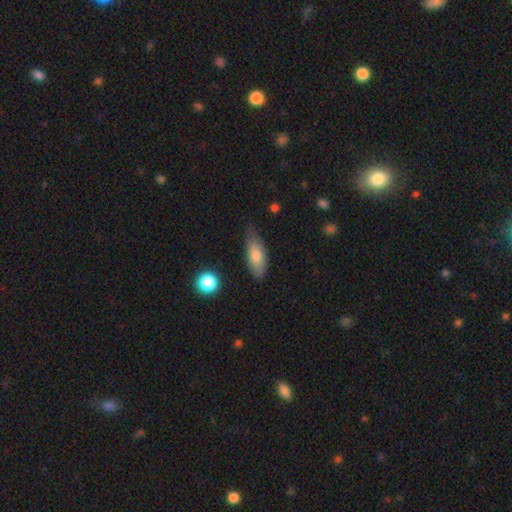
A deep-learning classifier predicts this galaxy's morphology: smooth 75%, featured or disk 19%, star or artifact 6%. Down the decision tree: how rounded — in between (78%); merging — none (63%).